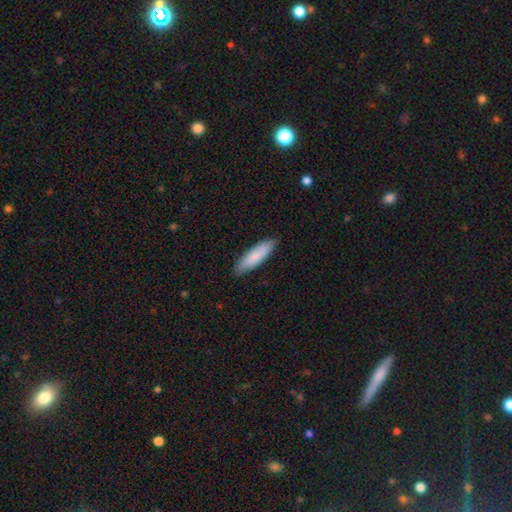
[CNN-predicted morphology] This appears to be a smooth galaxy with no disk features (83%) that is cigar-shaped (63%). Merging: none (87%).